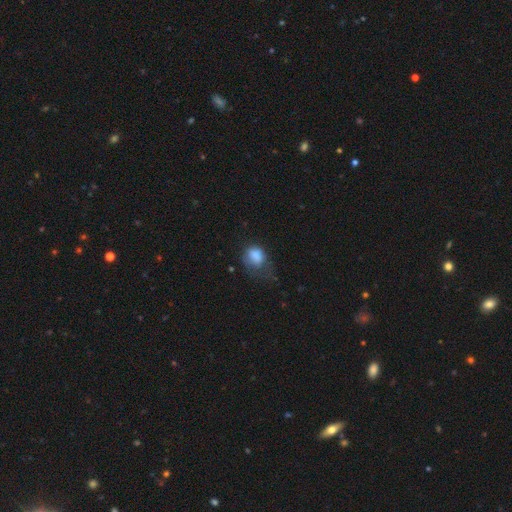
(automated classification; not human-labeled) This is likely a smooth galaxy (78%). How rounded: possibly in between (54%). Merging: marginally major disturbance (37%).